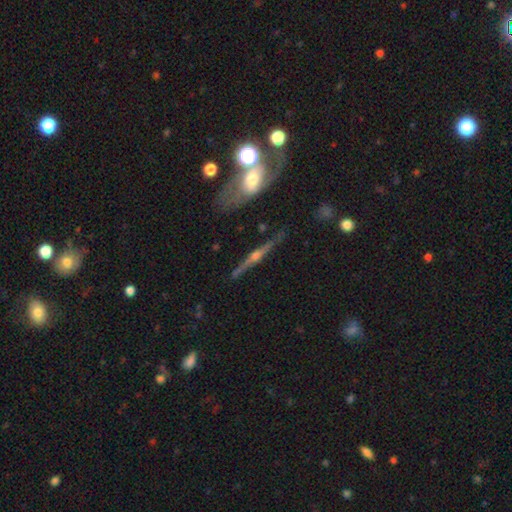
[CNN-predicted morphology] The model was most divided on "merging": none: 83%, minor disturbance: 11%, major disturbance: 3%, merger: 3%. More confident: edge-on disk — yes (96%); edge-on bulge — rounded (92%); smooth or featured — featured or disk (83%).